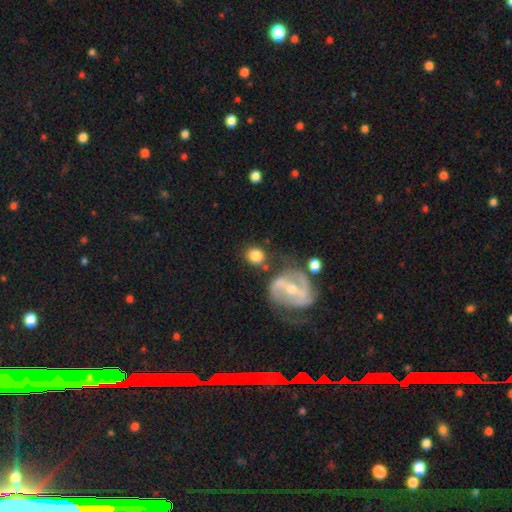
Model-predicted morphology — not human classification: The model was most divided on "smooth or featured": smooth: 71%, featured or disk: 21%, star or artifact: 8%. More confident: how rounded — round (87%); merging — none (73%).